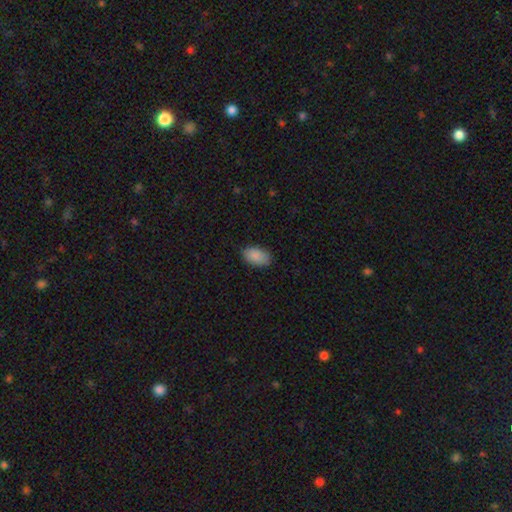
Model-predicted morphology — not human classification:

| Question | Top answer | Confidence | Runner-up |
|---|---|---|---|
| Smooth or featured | smooth | 88% | star or artifact (7%) |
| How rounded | in between | 92% | round (6%) |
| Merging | none | 82% | minor disturbance (14%) |